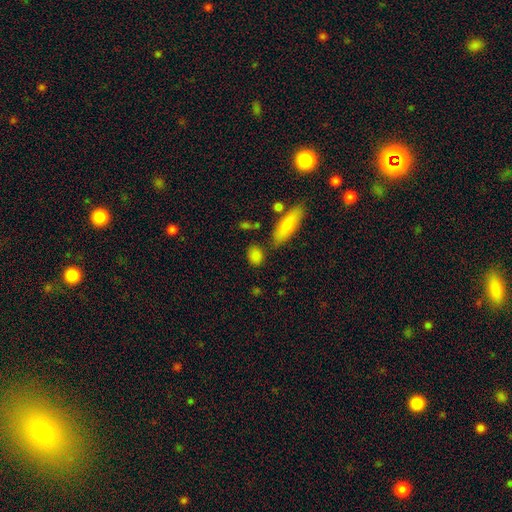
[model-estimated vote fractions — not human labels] Morphology: type=smooth (84%); roundness=in between (54%); merging=none (74%).